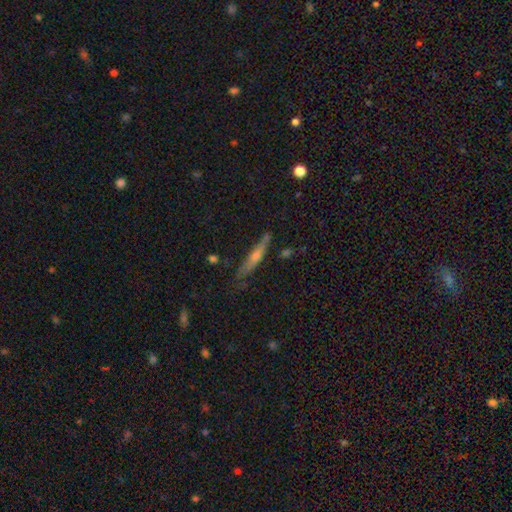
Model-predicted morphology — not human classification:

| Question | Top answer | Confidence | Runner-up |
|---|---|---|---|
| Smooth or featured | featured or disk | 58% | smooth (35%) |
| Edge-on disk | yes | 93% | no (7%) |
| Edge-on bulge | rounded | 74% | none (20%) |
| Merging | none | 75% | minor disturbance (18%) |